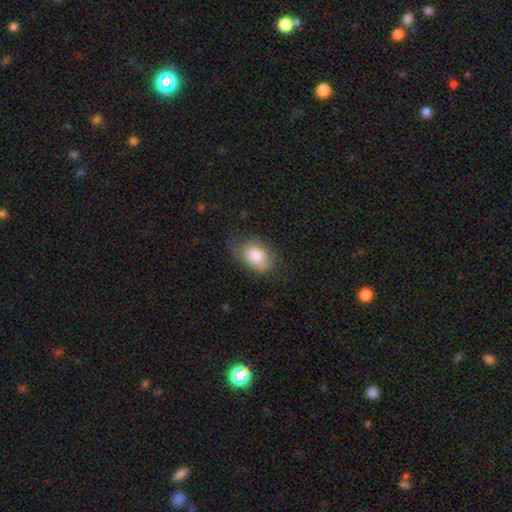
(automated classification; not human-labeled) This appears to be a smooth galaxy with no disk features (81%) that is in between round and cigar-shaped (83%). Merging: none (53%).